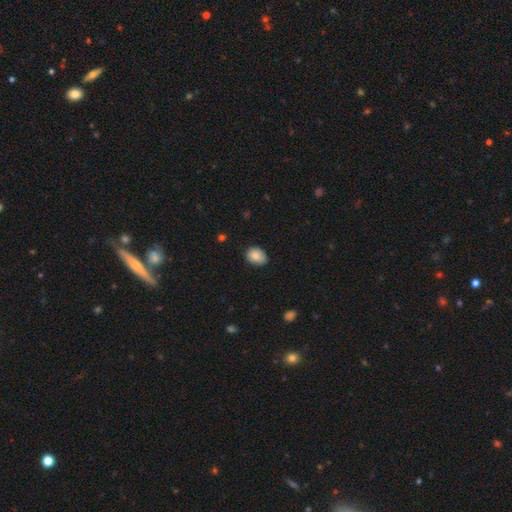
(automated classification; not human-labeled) This is clearly a smooth galaxy (86%). How rounded: likely in between (68%). Merging: likely none (78%).